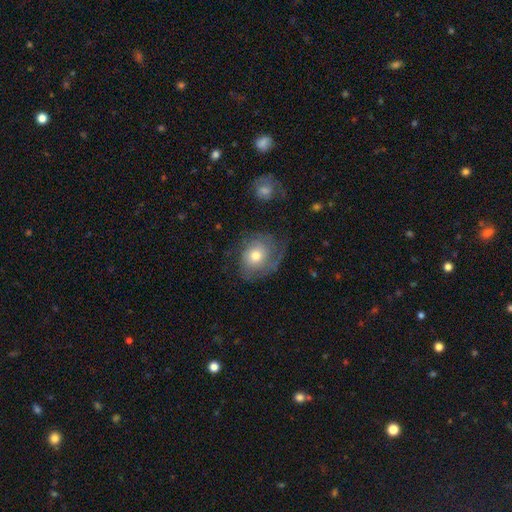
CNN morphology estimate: Overall: smooth (48%; featured or disk 44%). Merging: none (53%; minor disturbance 25%).